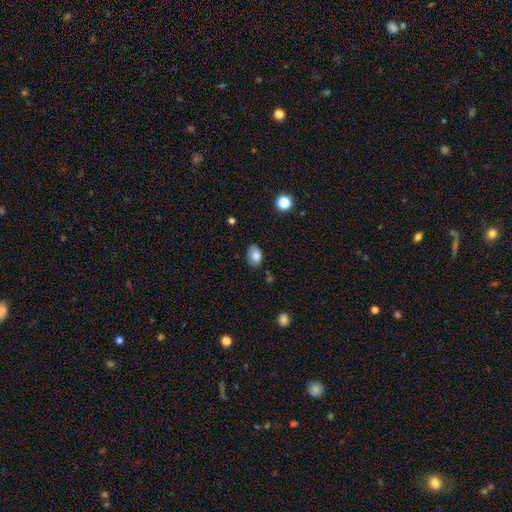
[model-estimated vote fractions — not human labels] Morphology: type=smooth (82%); roundness=in between (81%); merging=none (76%).